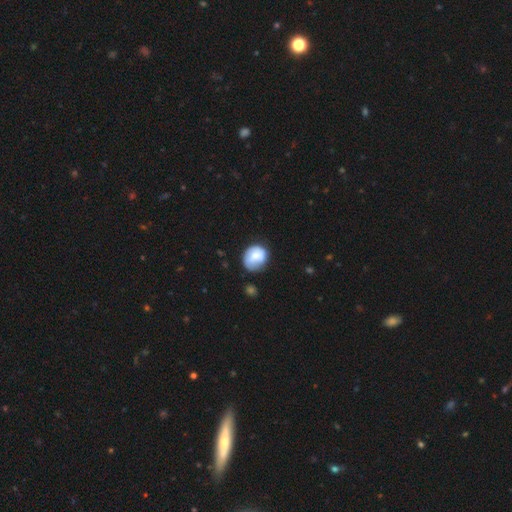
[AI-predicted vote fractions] A smooth galaxy with no disk features (70%) that is round (69%). Merging: none (56%).